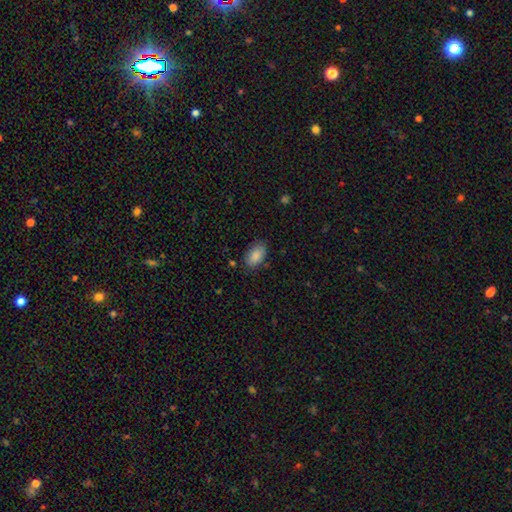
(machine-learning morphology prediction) Smooth or featured?
  - smooth: 87% *
  - star or artifact: 7%
  - featured or disk: 6%
How rounded?
  - in between: 93% *
  - round: 5%
  - cigar-shaped: 2%
Merging?
  - none: 81% *
  - minor disturbance: 14%
  - major disturbance: 3%
  - merger: 2%